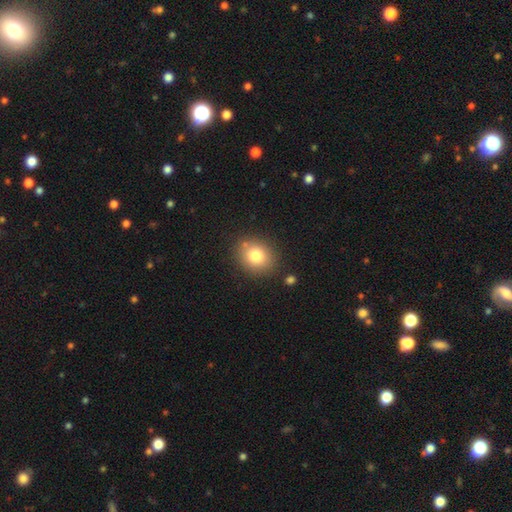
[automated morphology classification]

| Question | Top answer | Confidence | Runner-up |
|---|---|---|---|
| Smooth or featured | smooth | 79% | star or artifact (11%) |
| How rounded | round | 67% | in between (32%) |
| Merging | none | 82% | minor disturbance (11%) |